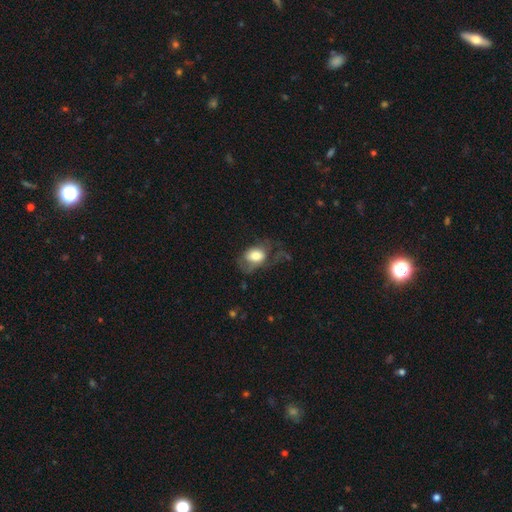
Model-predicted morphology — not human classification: A smooth galaxy with no disk features (63%) that is in between round and cigar-shaped (76%).

Vote fractions:
- Smooth or featured? smooth: 63% / featured or disk: 29% / star or artifact: 8%
- How rounded? in between: 76% / round: 23% / cigar-shaped: 1%
- Merging? major disturbance: 43% / none: 30% / minor disturbance: 25% / merger: 2%